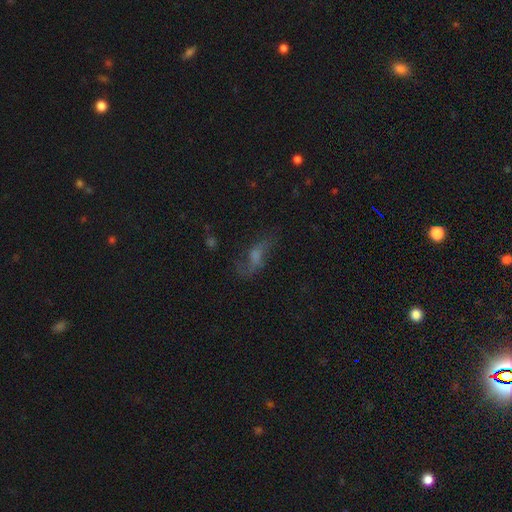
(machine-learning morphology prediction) Smooth or featured? Predicted: featured or disk (p=0.53). Edge-on disk? Predicted: no (p=0.84). Merging? Predicted: none (p=0.60).